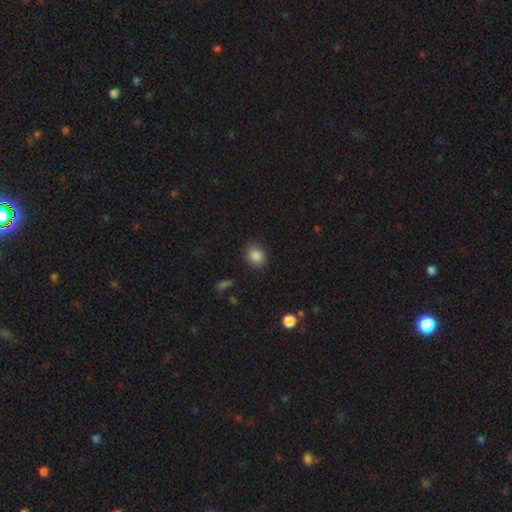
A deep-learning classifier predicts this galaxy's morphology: smooth 86%, star or artifact 10%, featured or disk 5%. Down the decision tree: how rounded — round (70%); merging — none (86%).